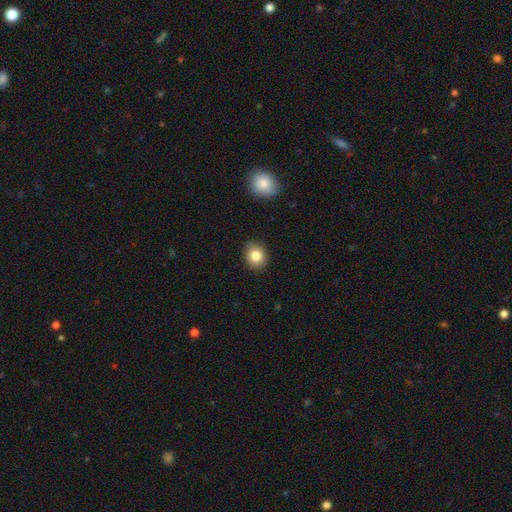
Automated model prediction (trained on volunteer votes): smooth_or_featured: smooth (p=0.83) [alt: star or artifact p=0.10]
how_rounded: round (p=0.68) [alt: in between p=0.31]
merging: none (p=0.88) [alt: minor disturbance p=0.09]